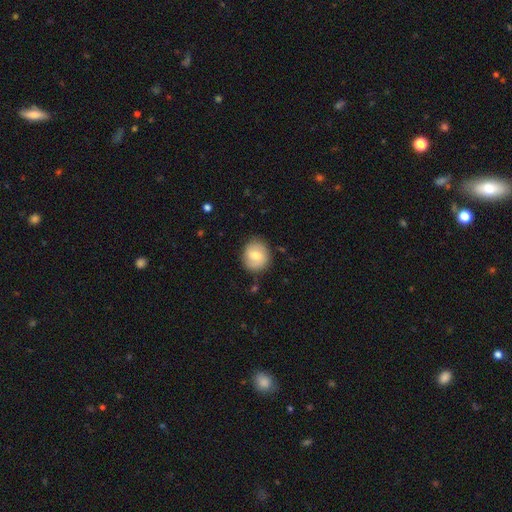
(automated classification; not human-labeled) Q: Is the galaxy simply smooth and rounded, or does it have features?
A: smooth — 59%.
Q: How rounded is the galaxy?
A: round — 81%.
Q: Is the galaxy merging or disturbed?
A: none — 83%.